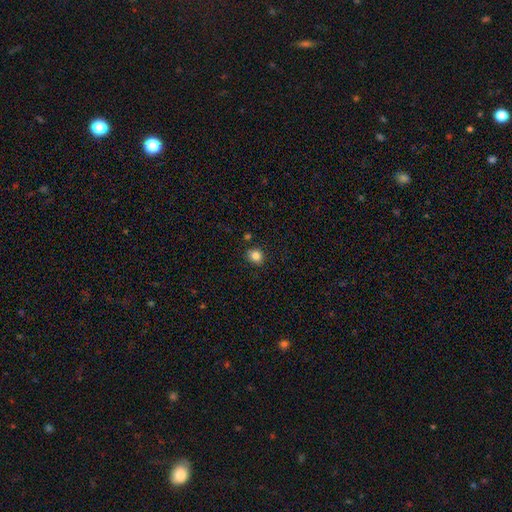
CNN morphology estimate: Smooth or featured? Predicted: smooth (p=0.84). How rounded? Predicted: round (p=0.77). Merging? Predicted: none (p=0.86).